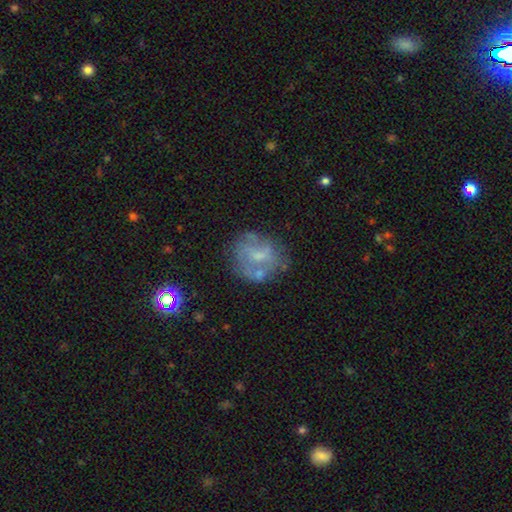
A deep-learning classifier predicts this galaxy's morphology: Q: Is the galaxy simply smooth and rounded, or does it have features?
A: featured or disk — 55%.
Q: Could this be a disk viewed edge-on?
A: no — 97%.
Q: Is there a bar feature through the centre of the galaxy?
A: no — 56%.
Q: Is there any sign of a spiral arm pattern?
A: no — 56%.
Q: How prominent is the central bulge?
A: small — 45%.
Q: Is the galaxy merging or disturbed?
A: none — 59%.